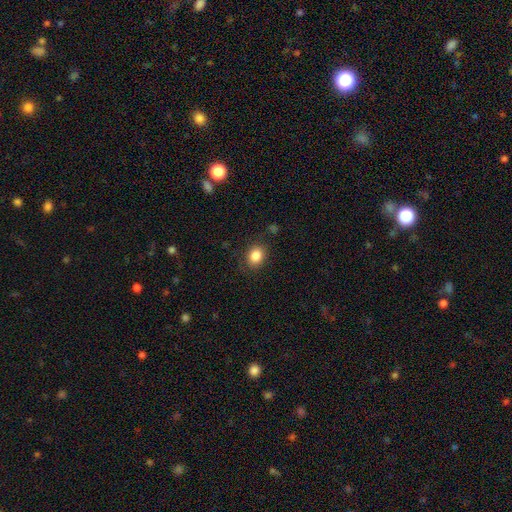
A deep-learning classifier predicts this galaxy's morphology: The model was most divided on "how rounded": round: 57%, in between: 42%, cigar-shaped: 1%. More confident: smooth or featured — smooth (85%); merging — none (83%).